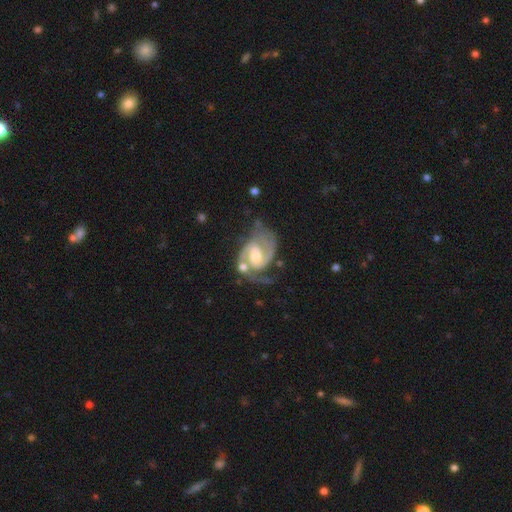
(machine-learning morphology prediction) A featured or disk galaxy (91%) with a weak bar (52%), 2 (89%) medium (56%) spiral arms (98%) and a moderate central bulge (59%).

Vote fractions:
- Smooth or featured? featured or disk: 91% / smooth: 4% / star or artifact: 4%
- Edge-on disk? no: 98% / yes: 2%
- Bar? weak: 52% / no: 31% / strong: 17%
- Spiral arms? yes: 98% / no: 2%
- Spiral winding? medium: 56% / tight: 32% / loose: 12%
- Spiral arm count? 2: 89% / 3: 3% / can't tell: 3% / 1: 2% / 4: 1% / more than 4: 1%
- Bulge size? moderate: 59% / small: 25% / large: 10% / none: 4% / dominant: 1%
- Merging? none: 57% / minor disturbance: 21% / major disturbance: 13% / merger: 9%